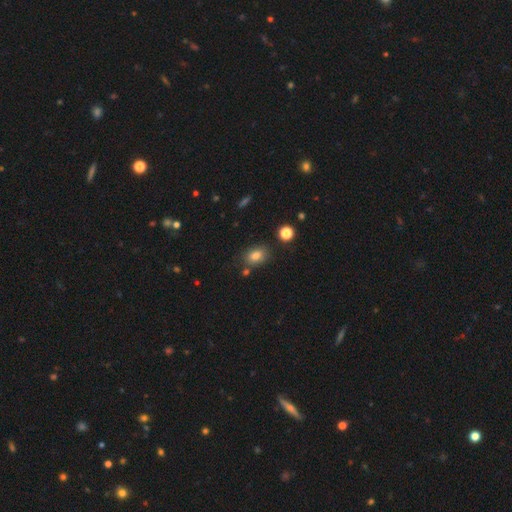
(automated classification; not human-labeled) smooth_or_featured: smooth (p=0.79) [alt: star or artifact p=0.12]
how_rounded: in between (p=0.67) [alt: round p=0.31]
merging: none (p=0.79) [alt: minor disturbance p=0.12]